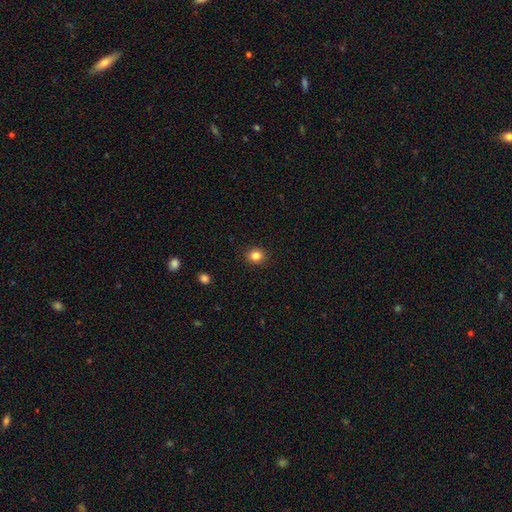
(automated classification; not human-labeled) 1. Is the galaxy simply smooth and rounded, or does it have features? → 84% smooth, 11% star or artifact, 5% featured or disk.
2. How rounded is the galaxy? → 79% round, 20% in between, 1% cigar-shaped.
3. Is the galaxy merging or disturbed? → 91% none, 6% minor disturbance, 2% major disturbance, 1% merger.